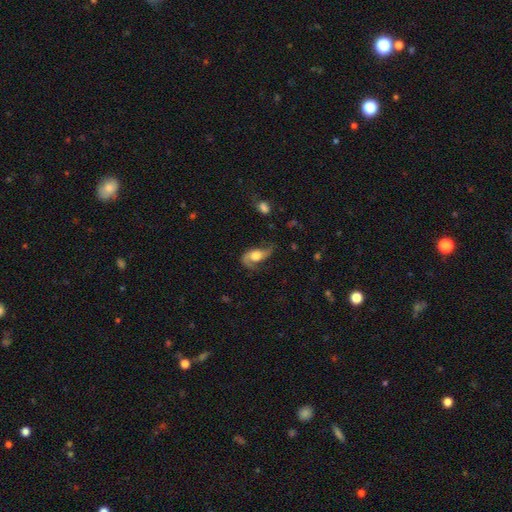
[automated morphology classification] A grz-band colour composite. It shows a featured or disk galaxy (70%) with no bar (67%), 2 (80%) loose (61%) spiral arms (90%) and a moderate central bulge (46%). Merging: none (48%).